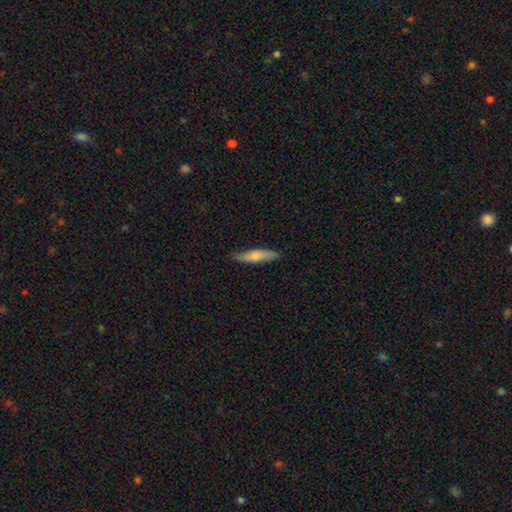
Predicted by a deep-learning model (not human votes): Smooth or featured? Predicted: smooth (p=0.73). How rounded? Predicted: cigar-shaped (p=0.74). Merging? Predicted: none (p=0.82).